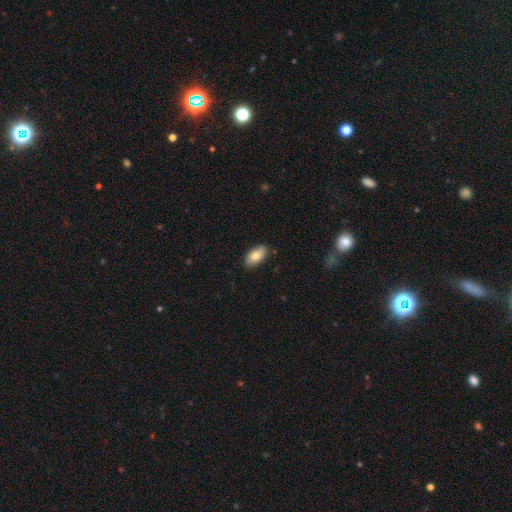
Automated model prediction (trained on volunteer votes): Smooth or featured: smooth — 80% (featured or disk — 14%)
How rounded: in between — 93% (cigar-shaped — 3%)
Merging: none — 86% (minor disturbance — 11%)